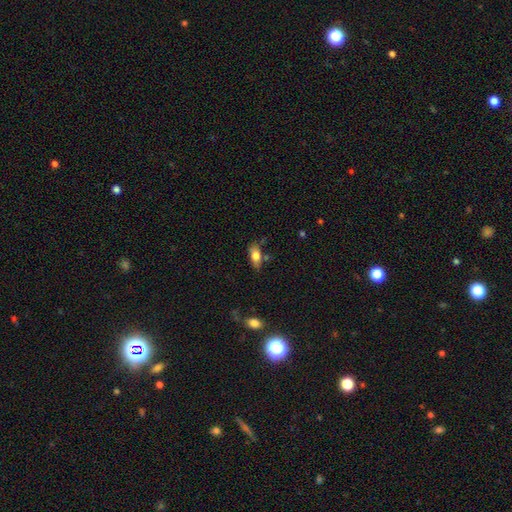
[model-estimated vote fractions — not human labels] Smooth or featured: smooth — 76% (featured or disk — 16%)
How rounded: in between — 85% (cigar-shaped — 10%)
Merging: none — 59% (minor disturbance — 24%)